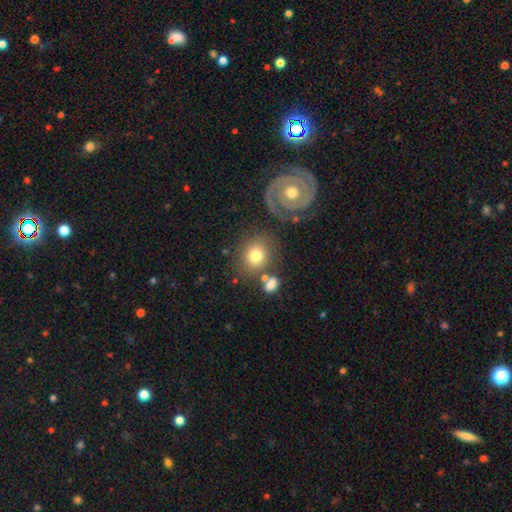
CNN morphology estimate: This appears to be a smooth galaxy with no disk features (67%) that is round (72%). Merging: none (68%).